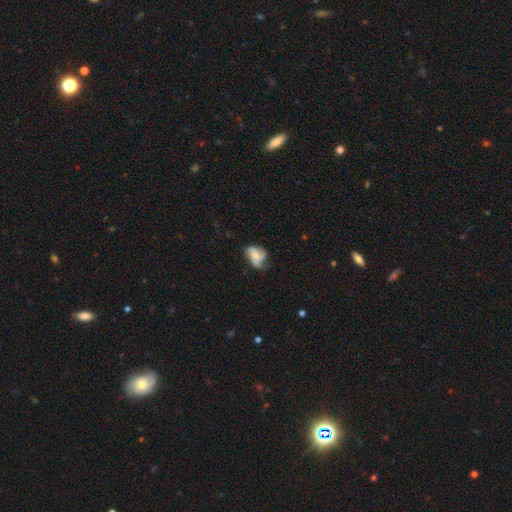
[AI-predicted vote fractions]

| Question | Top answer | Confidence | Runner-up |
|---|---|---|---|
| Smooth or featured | featured or disk | 49% | smooth (43%) |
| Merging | none | 40% | minor disturbance (33%) |